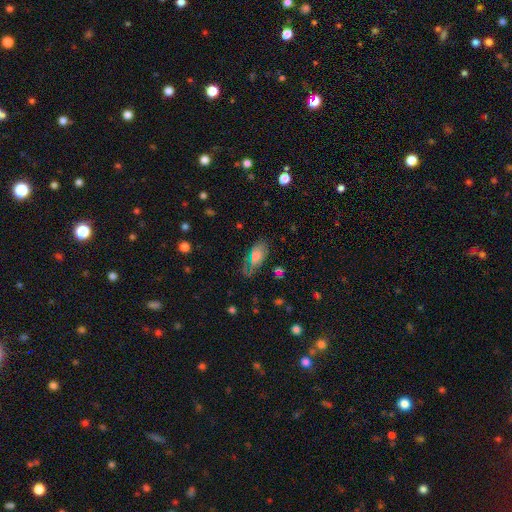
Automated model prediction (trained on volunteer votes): This appears to be a smooth galaxy with no disk features (65%) that is in between round and cigar-shaped (88%). Merging: none (60%).